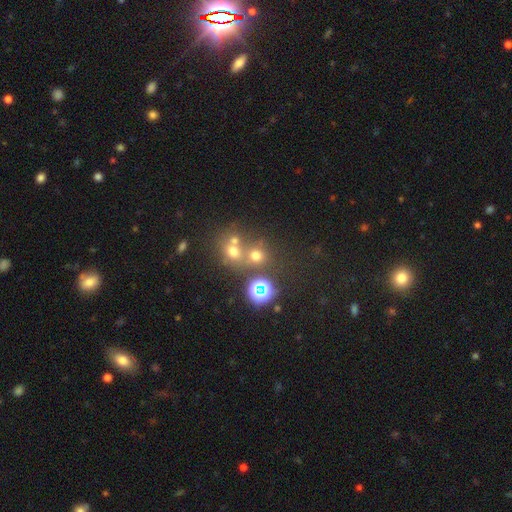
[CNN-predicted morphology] Q: Smooth or featured?
A: smooth (59%); runner-up: star or artifact (30%)
Q: How rounded?
A: round (83%); runner-up: in between (16%)
Q: Merging?
A: none (56%); runner-up: merger (32%)